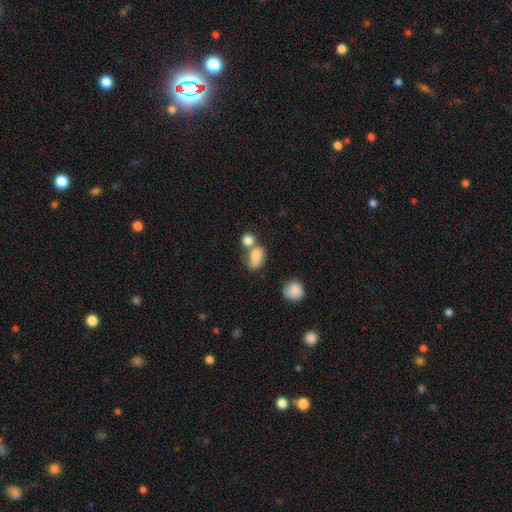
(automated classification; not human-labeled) Overall: smooth (79%). How rounded: in between (73%). Merging: merger (49%; none 28%).